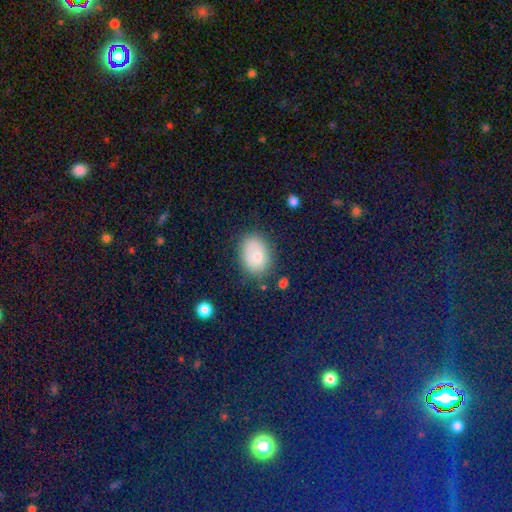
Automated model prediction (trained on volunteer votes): Smooth or featured?
  - smooth: 73% *
  - featured or disk: 18%
  - star or artifact: 9%
How rounded?
  - in between: 71% *
  - round: 28%
  - cigar-shaped: 1%
Merging?
  - none: 69% *
  - minor disturbance: 20%
  - major disturbance: 7%
  - merger: 4%